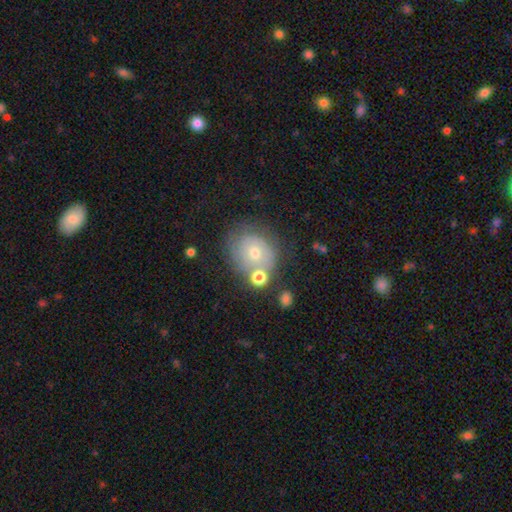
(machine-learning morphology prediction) smooth-or-featured: featured or disk: 48% | smooth: 35% | star or artifact: 16%
  merging: none: 69% | minor disturbance: 15% | merger: 10% | major disturbance: 6%